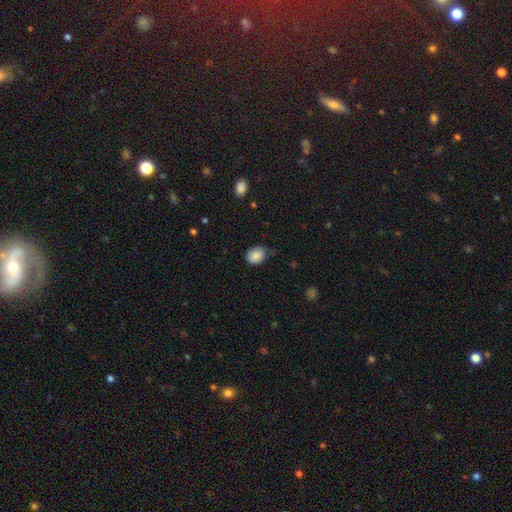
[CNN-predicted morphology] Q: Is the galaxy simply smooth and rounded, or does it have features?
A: smooth — 87%.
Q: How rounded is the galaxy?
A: in between — 54%.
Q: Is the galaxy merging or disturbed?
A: none — 72%.